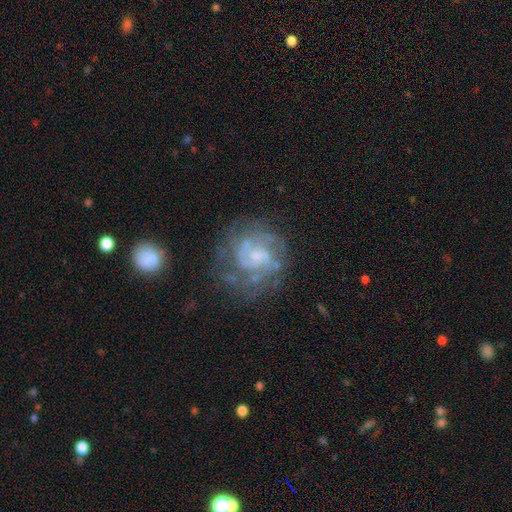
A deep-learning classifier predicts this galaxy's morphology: A featured or disk galaxy (77%) with no bar (64%), tight (50%) spiral arms (82%) and a small central bulge (45%).

Vote fractions:
- Smooth or featured? featured or disk: 77% / smooth: 15% / star or artifact: 8%
- Edge-on disk? no: 98% / yes: 2%
- Bar? no: 64% / weak: 31% / strong: 5%
- Spiral arms? yes: 82% / no: 18%
- Spiral winding? tight: 50% / medium: 37% / loose: 13%
- Spiral arm count? can't tell: 39% / 2: 28% / 3: 17% / 4: 6% / 1: 6% / more than 4: 4%
- Bulge size? small: 45% / moderate: 30% / none: 19% / large: 5% / dominant: 1%
- Merging? none: 62% / minor disturbance: 19% / major disturbance: 16% / merger: 4%